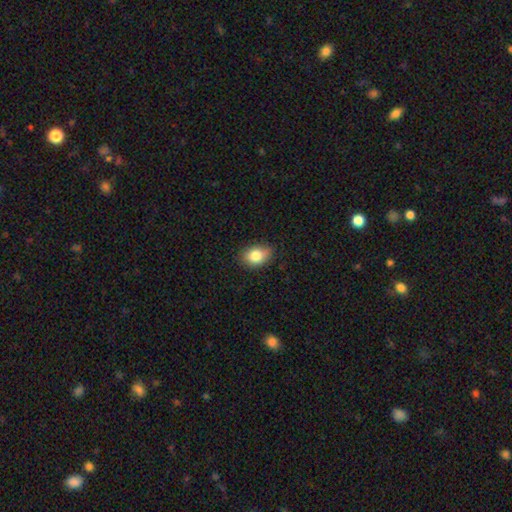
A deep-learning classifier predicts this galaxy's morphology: This is clearly a smooth galaxy (82%). How rounded: likely in between (71%). Merging: likely none (74%).